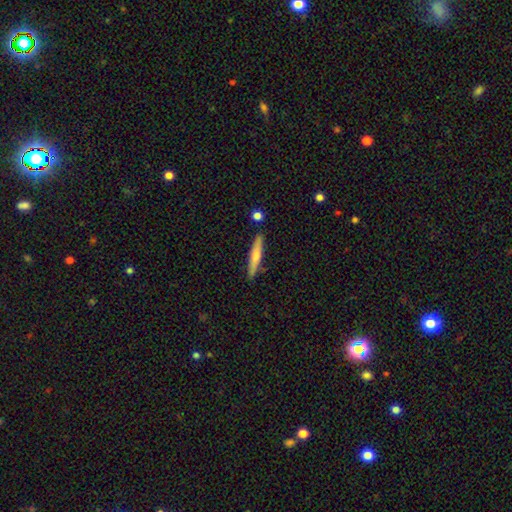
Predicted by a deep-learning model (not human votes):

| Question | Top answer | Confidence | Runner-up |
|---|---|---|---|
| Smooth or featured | smooth | 68% | featured or disk (26%) |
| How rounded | cigar-shaped | 91% | in between (7%) |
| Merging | none | 84% | minor disturbance (11%) |